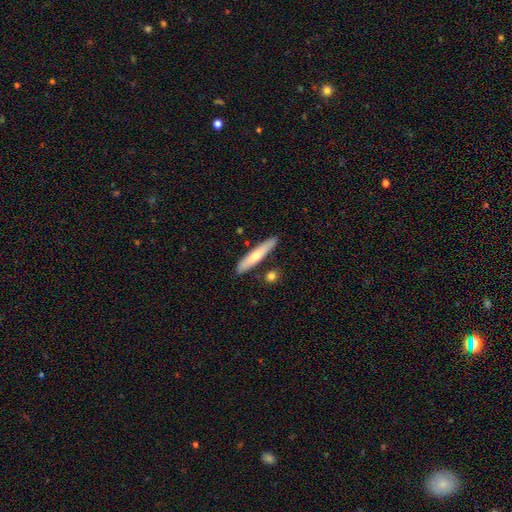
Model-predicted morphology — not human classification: Smooth or featured? Predicted: smooth (p=0.63). How rounded? Predicted: cigar-shaped (p=0.89). Merging? Predicted: none (p=0.83).